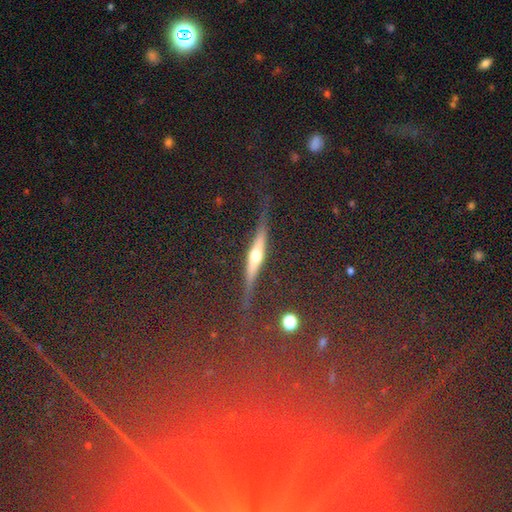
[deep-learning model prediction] smooth_or_featured: featured or disk (p=0.62) [alt: smooth p=0.23]
disk_edge_on: yes (p=0.84) [alt: no p=0.16]
edge_on_bulge: rounded (p=0.88) [alt: boxy p=0.06]
merging: none (p=0.74) [alt: minor disturbance p=0.14]